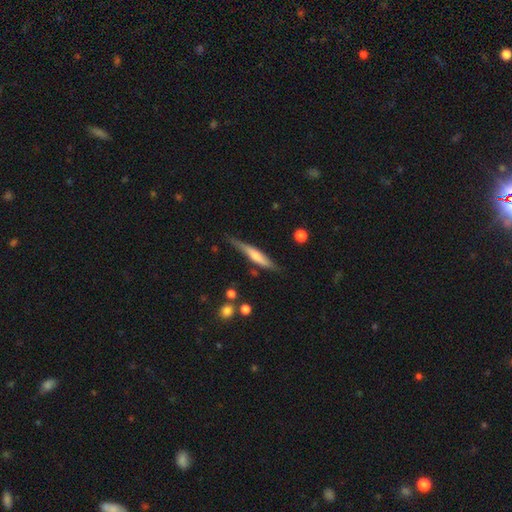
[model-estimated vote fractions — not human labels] smooth_or_featured: featured or disk (p=0.51) [alt: smooth p=0.44]
disk_edge_on: yes (p=0.93) [alt: no p=0.07]
merging: none (p=0.73) [alt: minor disturbance p=0.20]